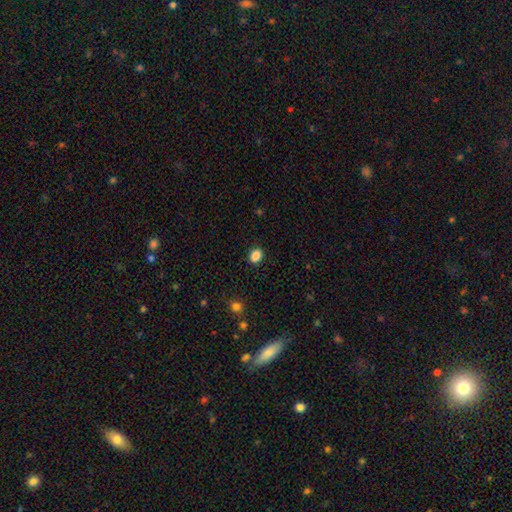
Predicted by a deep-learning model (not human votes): smooth-or-featured: smooth: 86% | star or artifact: 10% | featured or disk: 3%
  how-rounded: round: 54% | in between: 45% | cigar-shaped: 1%
  merging: none: 90% | minor disturbance: 7% | major disturbance: 2% | merger: 1%